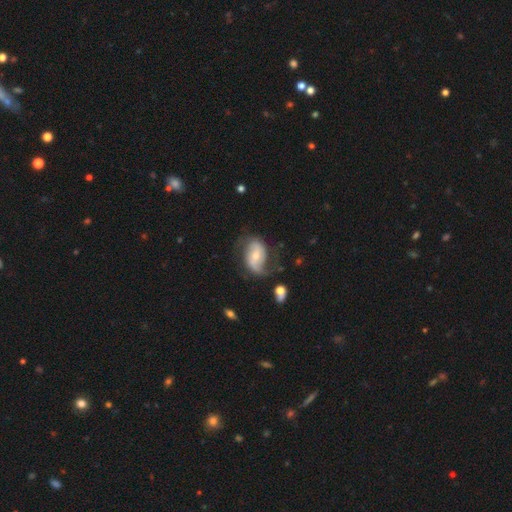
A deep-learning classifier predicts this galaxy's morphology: Overall: featured or disk (72%). Edge-on disk: no (96%). Bar: no (47%; weak 35%). Spiral arms: yes (88%). Spiral arm count: 2 (80%). Spiral winding: loose (53%; medium 33%). Bulge size: small (48%; moderate 47%). Merging: none (55%; minor disturbance 25%).